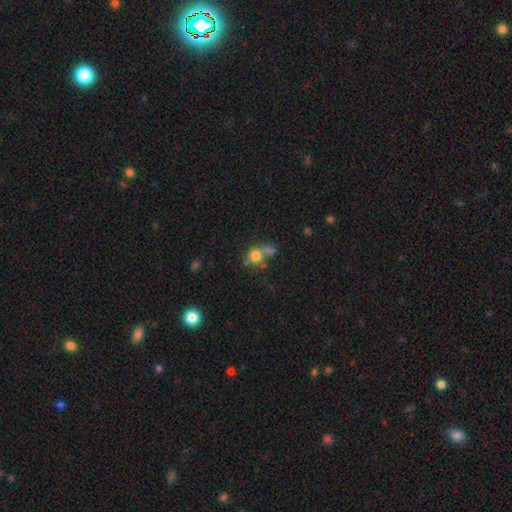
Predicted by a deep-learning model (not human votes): This is likely a smooth galaxy (74%). How rounded: likely round (77%). Merging: marginally none (41%).